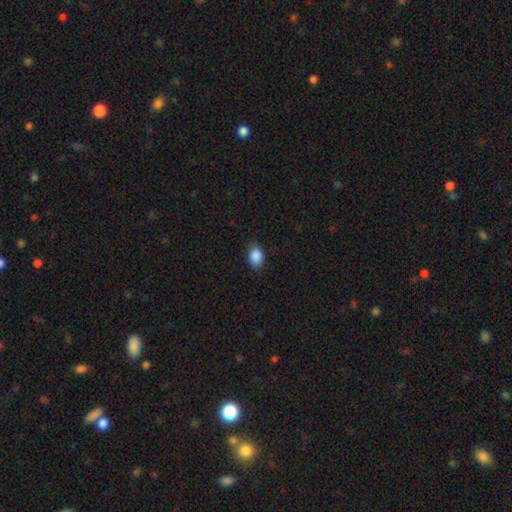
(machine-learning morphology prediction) type=smooth (89%); roundness=in between (78%); merging=none (84%).